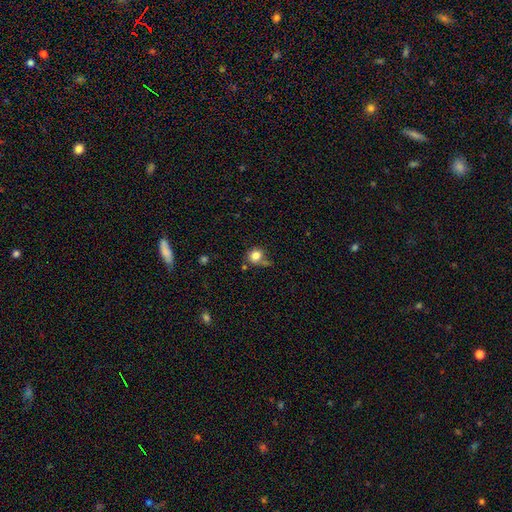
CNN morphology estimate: This is clearly a smooth galaxy (81%). How rounded: likely round (77%). Merging: possibly none (56%).